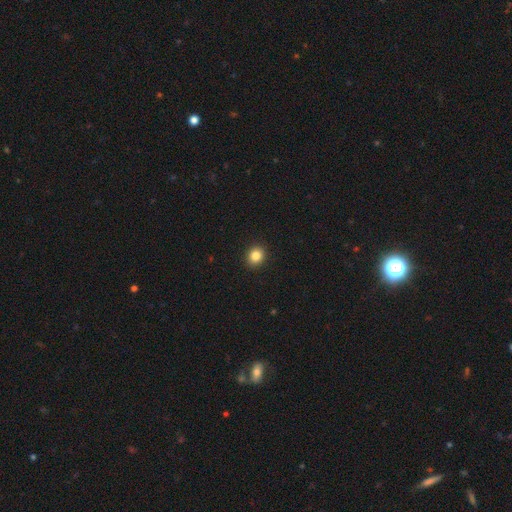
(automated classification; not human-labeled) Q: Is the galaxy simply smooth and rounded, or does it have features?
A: smooth — 84%.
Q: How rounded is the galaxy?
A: round — 74%.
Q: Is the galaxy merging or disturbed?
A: none — 92%.